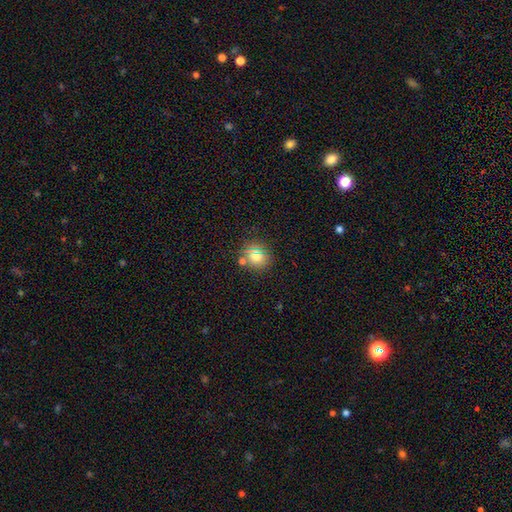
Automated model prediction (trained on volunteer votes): Smooth or featured: smooth — 68% (star or artifact — 20%)
How rounded: round — 85% (in between — 14%)
Merging: none — 77% (minor disturbance — 10%)